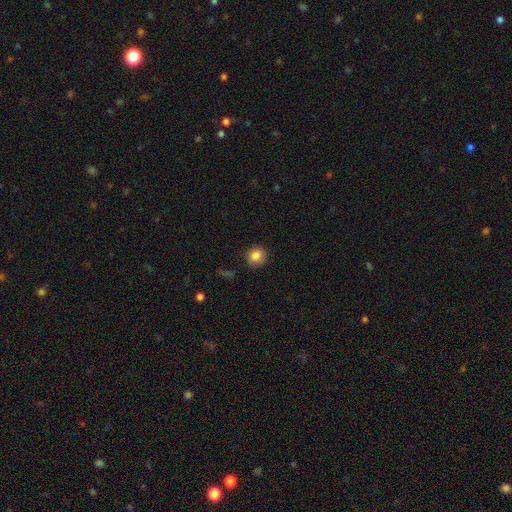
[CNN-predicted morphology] A smooth galaxy with no disk features (85%) that is round (78%). Merging: none (79%).